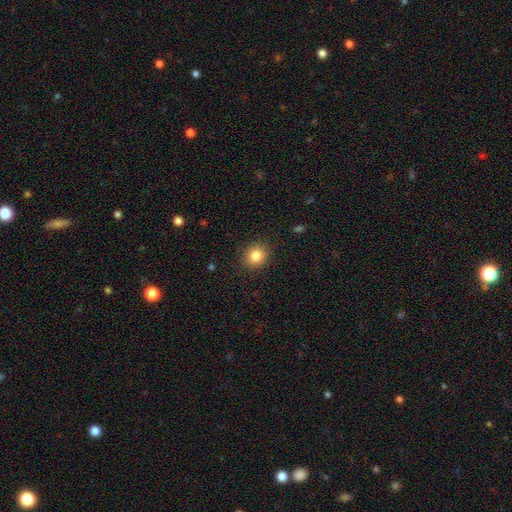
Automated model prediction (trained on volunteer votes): Overall: smooth (84%). How rounded: round (79%). Merging: none (89%).